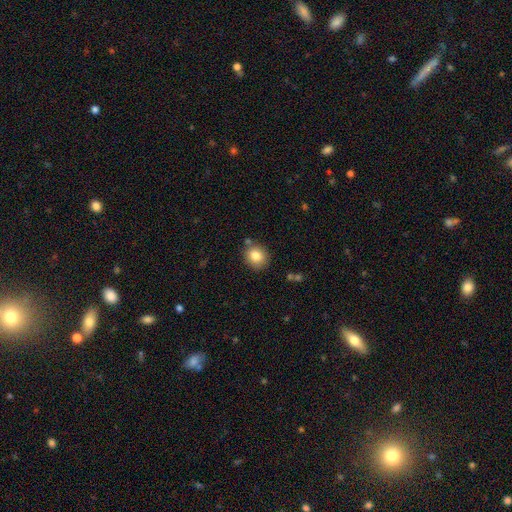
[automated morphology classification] Smooth or featured? Predicted: smooth (p=0.82). How rounded? Predicted: round (p=0.70). Merging? Predicted: none (p=0.81).